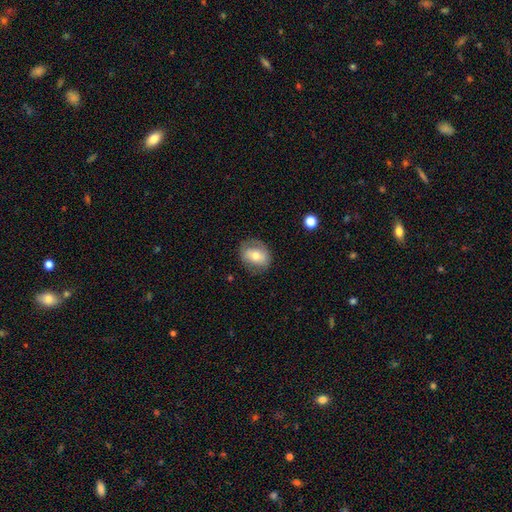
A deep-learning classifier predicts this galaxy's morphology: Q: Smooth or featured?
A: smooth (59%); runner-up: featured or disk (33%)
Q: How rounded?
A: in between (57%); runner-up: round (42%)
Q: Merging?
A: none (76%); runner-up: minor disturbance (17%)